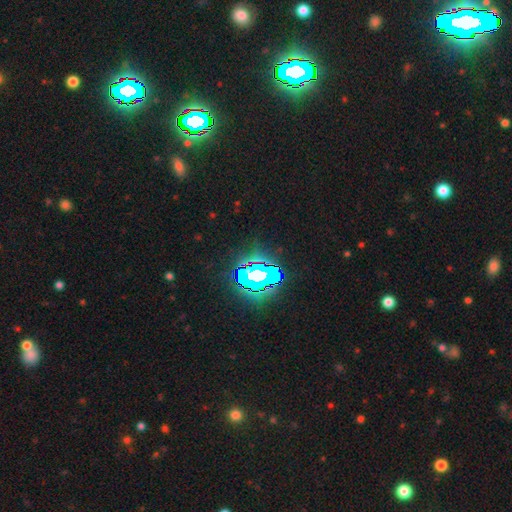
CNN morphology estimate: Smooth or featured? star or artifact (82%)